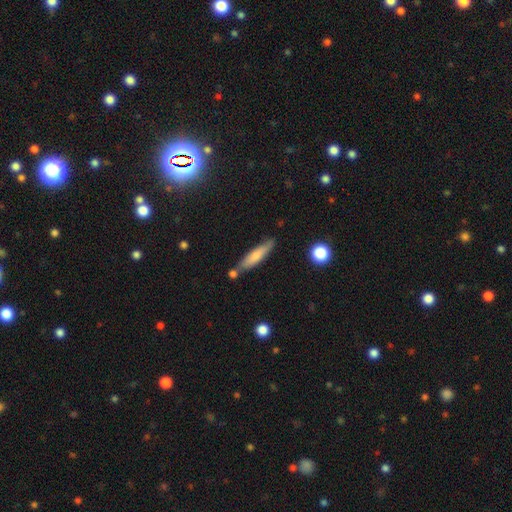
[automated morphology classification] Smooth or featured? Predicted: smooth (p=0.69). How rounded? Predicted: cigar-shaped (p=0.81). Merging? Predicted: none (p=0.70).